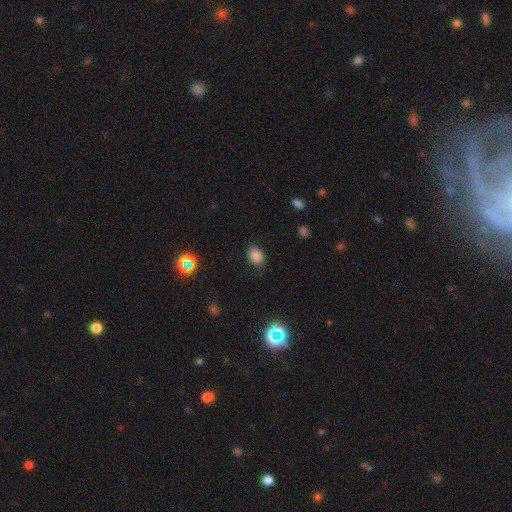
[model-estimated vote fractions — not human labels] Morphology: type=smooth (81%); roundness=in between (68%); merging=none (76%).